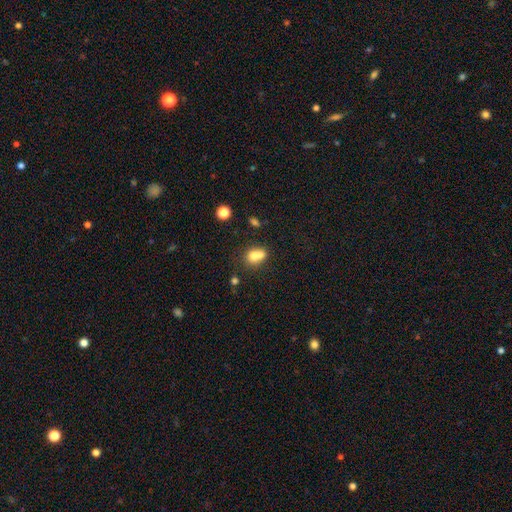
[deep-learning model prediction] This is likely a smooth galaxy (72%). How rounded: possibly in between (50%). Merging: possibly merger (56%).